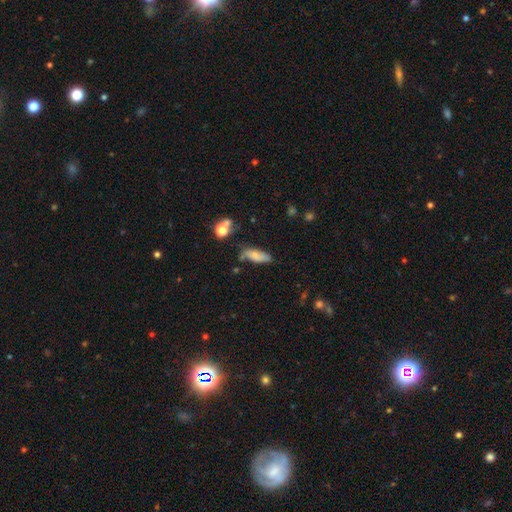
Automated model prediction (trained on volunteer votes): Morphology: type=smooth (71%); roundness=in between (63%); merging=none (56%).